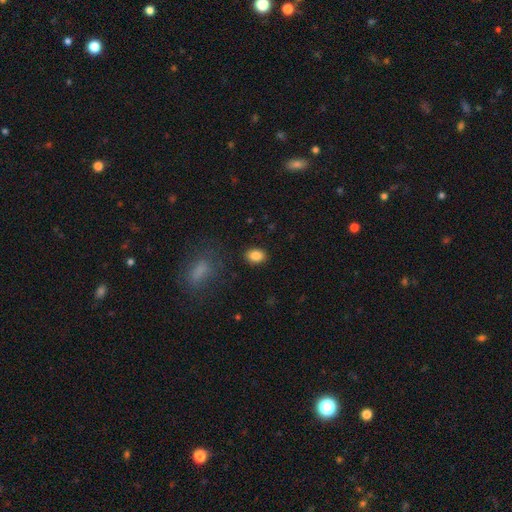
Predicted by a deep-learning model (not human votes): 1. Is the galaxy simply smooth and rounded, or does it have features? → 86% smooth, 9% star or artifact, 5% featured or disk.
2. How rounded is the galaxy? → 72% in between, 27% round, 1% cigar-shaped.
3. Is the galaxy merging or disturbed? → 87% none, 8% minor disturbance, 3% major disturbance, 2% merger.